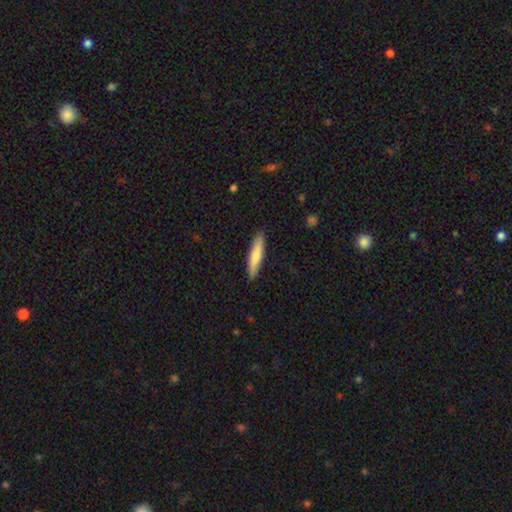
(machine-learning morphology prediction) A smooth galaxy with no disk features (74%) that is cigar-shaped (87%).

Vote fractions:
- Smooth or featured? smooth: 74% / featured or disk: 21% / star or artifact: 5%
- How rounded? cigar-shaped: 87% / in between: 12% / round: 1%
- Merging? none: 88% / minor disturbance: 9% / major disturbance: 2% / merger: 1%